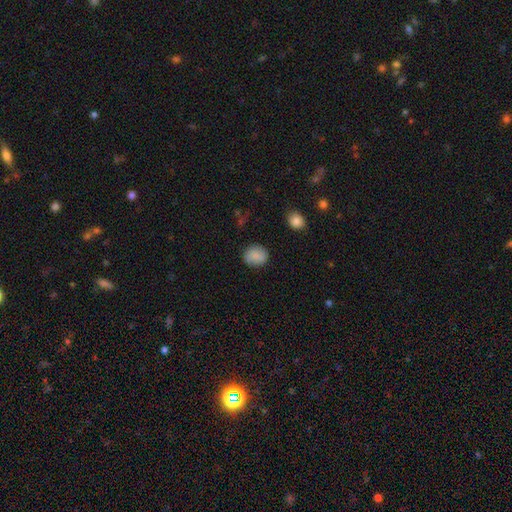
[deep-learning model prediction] smooth-or-featured: smooth: 85% | star or artifact: 8% | featured or disk: 7%
  how-rounded: round: 63% | in between: 36% | cigar-shaped: 1%
  merging: none: 82% | minor disturbance: 13% | major disturbance: 3% | merger: 2%